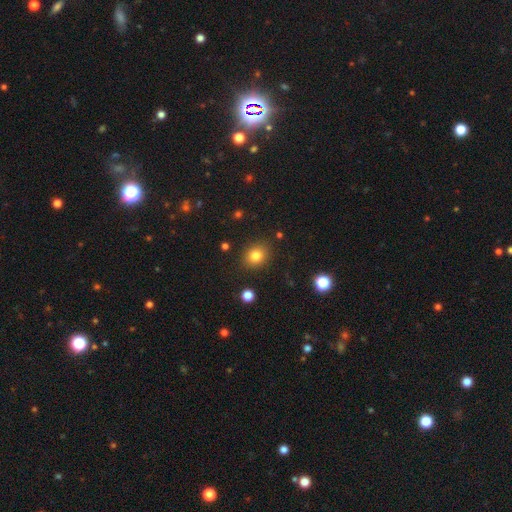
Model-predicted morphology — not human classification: smooth 81%, star or artifact 12%, featured or disk 7%. Down the decision tree: how rounded — round (68%); merging — none (87%).